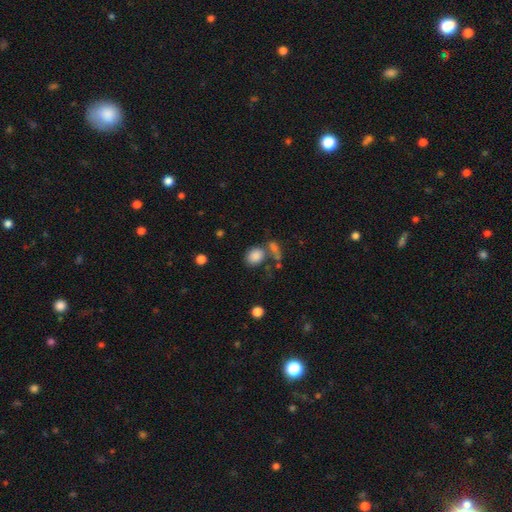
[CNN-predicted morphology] Q: Smooth or featured?
A: smooth (84%); runner-up: star or artifact (10%)
Q: How rounded?
A: in between (56%); runner-up: round (42%)
Q: Merging?
A: none (57%); runner-up: merger (24%)